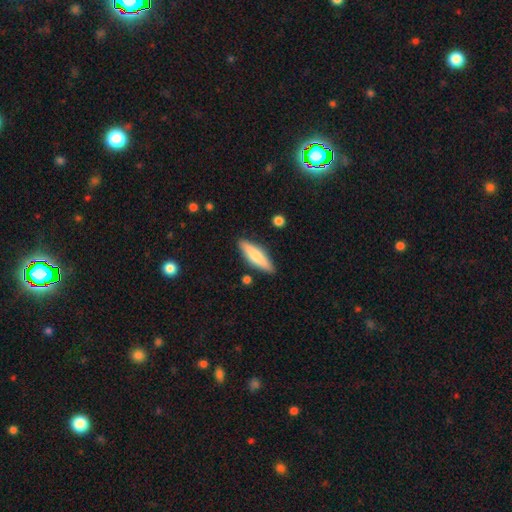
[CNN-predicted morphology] The model was most divided on "how rounded": cigar-shaped: 69%, in between: 30%, round: 2%. More confident: merging — none (86%); smooth or featured — smooth (69%).